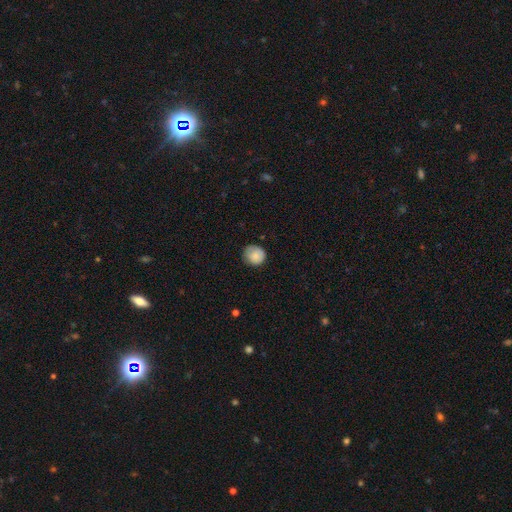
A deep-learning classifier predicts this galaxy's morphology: Q: Smooth or featured?
A: smooth (84%); runner-up: featured or disk (8%)
Q: How rounded?
A: round (88%); runner-up: in between (11%)
Q: Merging?
A: none (76%); runner-up: minor disturbance (18%)